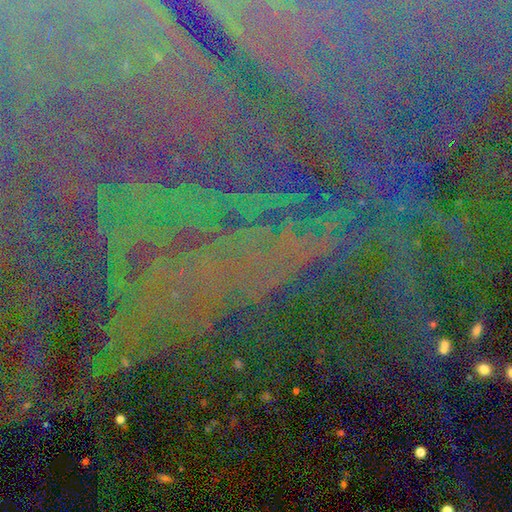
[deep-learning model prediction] Smooth or featured? star or artifact (86%)